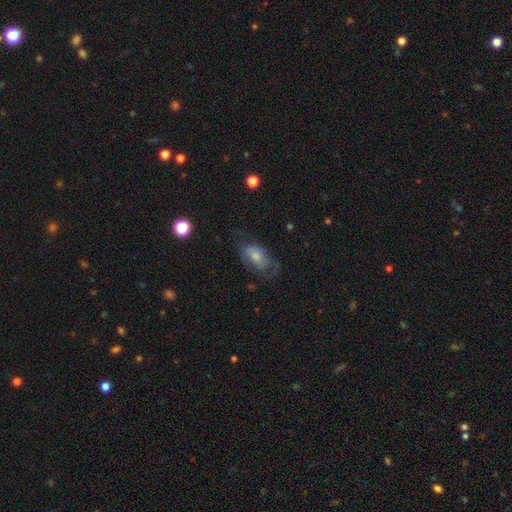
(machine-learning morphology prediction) smooth_or_featured: smooth (p=0.56) [alt: featured or disk p=0.35]
how_rounded: in between (p=0.90) [alt: round p=0.07]
merging: none (p=0.49) [alt: minor disturbance p=0.27]